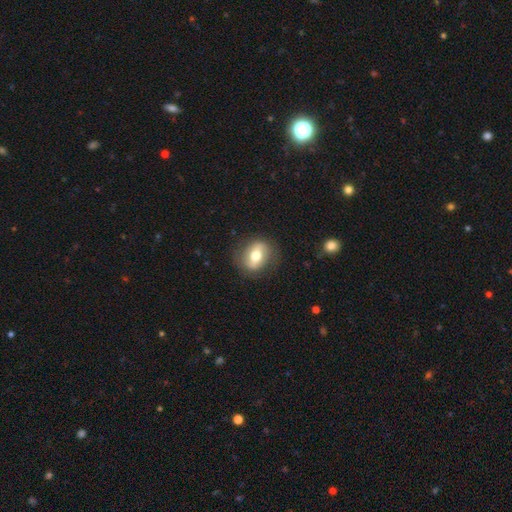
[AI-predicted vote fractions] Smooth or featured? smooth (52%)
How rounded? in between (61%)
Merging? none (81%)